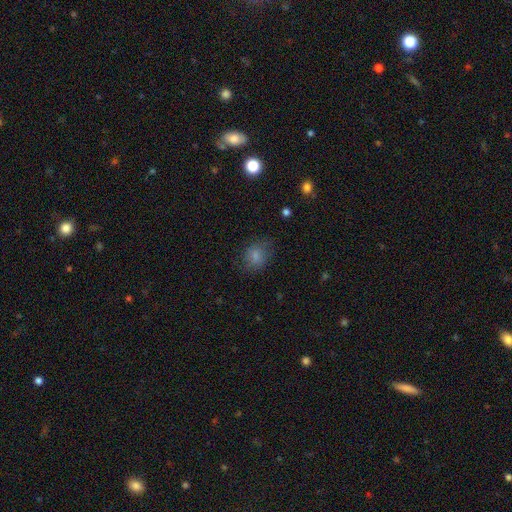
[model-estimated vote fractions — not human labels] This is clearly a smooth galaxy (80%). How rounded: possibly round (55%). Merging: likely none (72%).